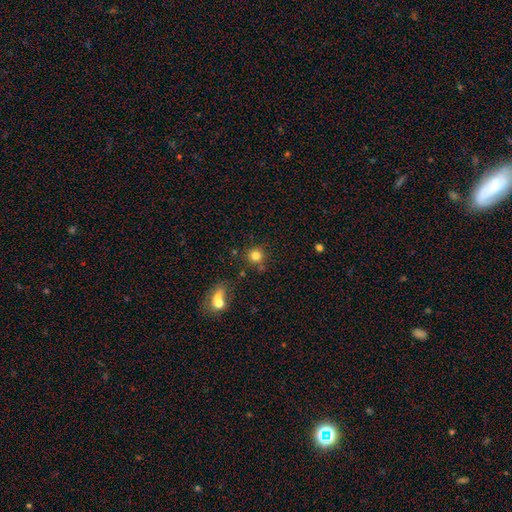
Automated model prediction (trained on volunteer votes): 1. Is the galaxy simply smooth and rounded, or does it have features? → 80% smooth, 13% star or artifact, 7% featured or disk.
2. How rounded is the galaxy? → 92% round, 7% in between, 1% cigar-shaped.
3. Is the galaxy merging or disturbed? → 79% none, 9% minor disturbance, 8% merger, 3% major disturbance.